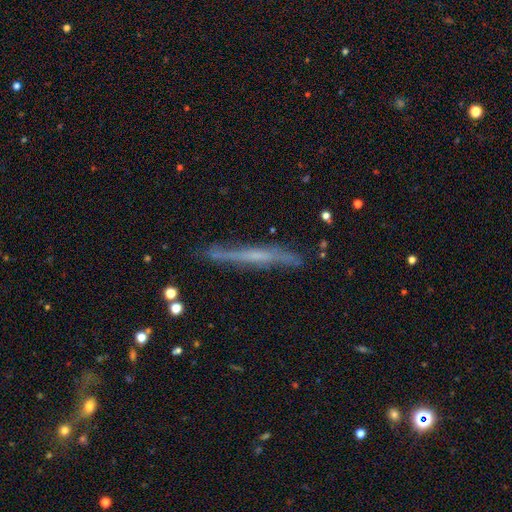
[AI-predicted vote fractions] Morphology: type=featured or disk (61%); edge-on=yes (91%); edge-on bulge=none (72%); merging=none (76%).